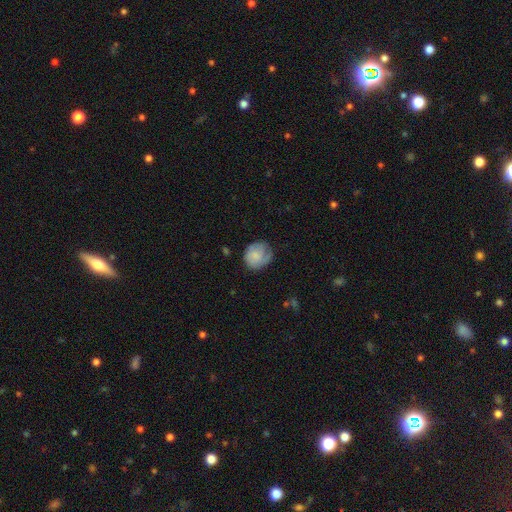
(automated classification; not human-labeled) Smooth or featured?
  - smooth: 65% *
  - featured or disk: 28%
  - star or artifact: 7%
How rounded?
  - round: 72% *
  - in between: 27%
  - cigar-shaped: 1%
Merging?
  - none: 58% *
  - minor disturbance: 28%
  - major disturbance: 12%
  - merger: 2%